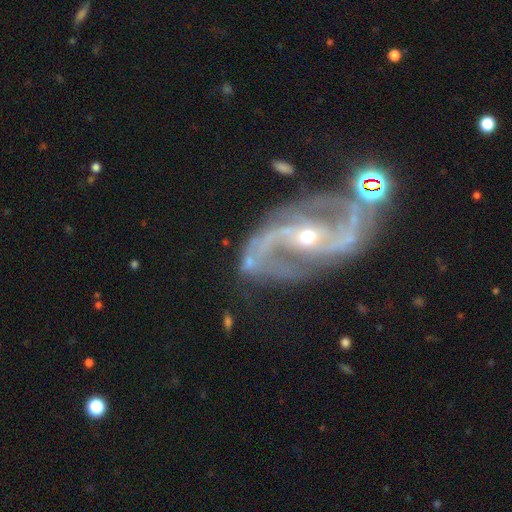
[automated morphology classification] Q: Smooth or featured?
A: featured or disk (91%); runner-up: star or artifact (6%)
Q: Edge-on disk?
A: no (97%); runner-up: yes (3%)
Q: Bar?
A: weak (35%); runner-up: strong (33%)
Q: Spiral arms?
A: yes (97%); runner-up: no (3%)
Q: Spiral winding?
A: medium (47%); runner-up: loose (40%)
Q: Spiral arm count?
A: 2 (92%); runner-up: can't tell (2%)
Q: Bulge size?
A: small (52%); runner-up: moderate (44%)
Q: Merging?
A: none (64%); runner-up: minor disturbance (18%)